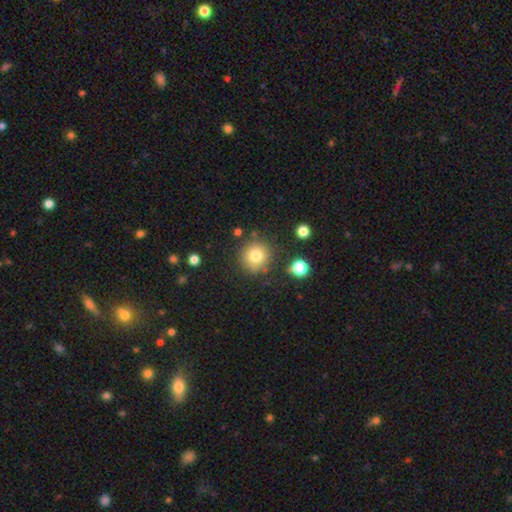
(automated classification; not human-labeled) Smooth or featured? smooth (79%)
How rounded? round (94%)
Merging? none (83%)